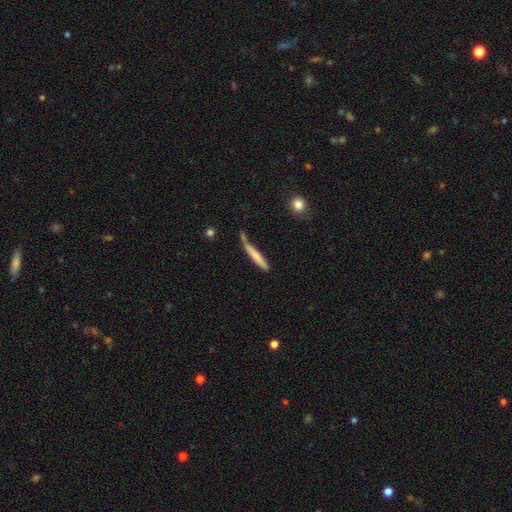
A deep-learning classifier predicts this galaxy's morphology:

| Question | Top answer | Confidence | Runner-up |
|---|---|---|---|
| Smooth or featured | smooth | 69% | featured or disk (26%) |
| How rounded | cigar-shaped | 94% | in between (4%) |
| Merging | none | 62% | minor disturbance (23%) |